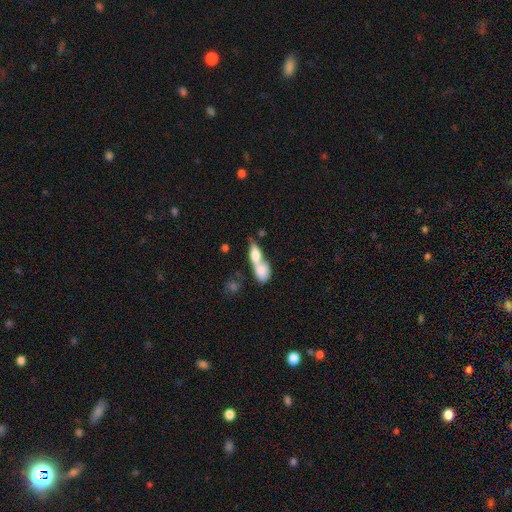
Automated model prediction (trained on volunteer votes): smooth-or-featured: smooth: 70% | featured or disk: 23% | star or artifact: 7%
  how-rounded: in between: 70% | cigar-shaped: 20% | round: 10%
  merging: merger: 74% | none: 16% | minor disturbance: 5% | major disturbance: 4%